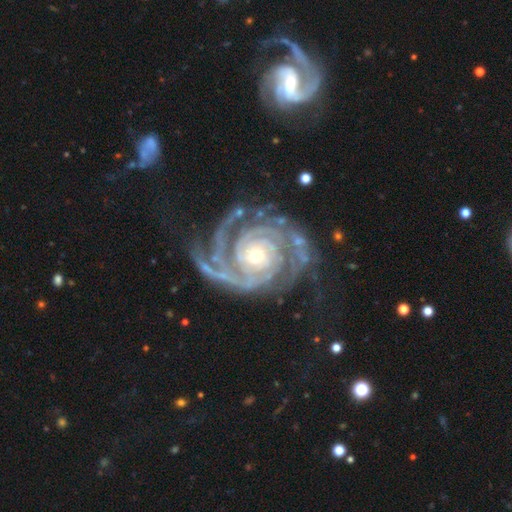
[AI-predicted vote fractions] A featured or disk galaxy (93%) with no bar (72%), 2 (43%) tight (77%) spiral arms (99%) and a small central bulge (51%). Merging: none (66%).